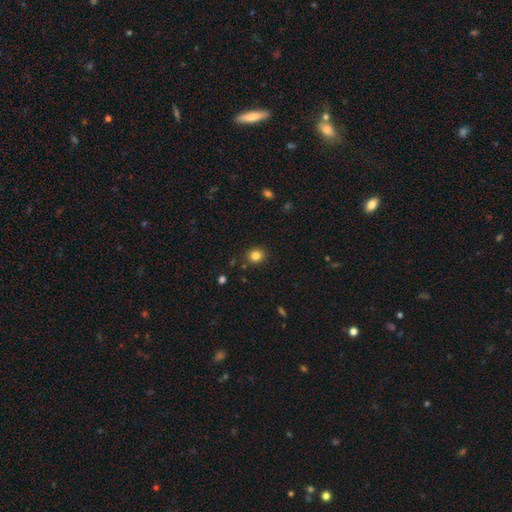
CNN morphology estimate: A smooth galaxy with no disk features (83%) that is round (74%). Merging: none (88%).